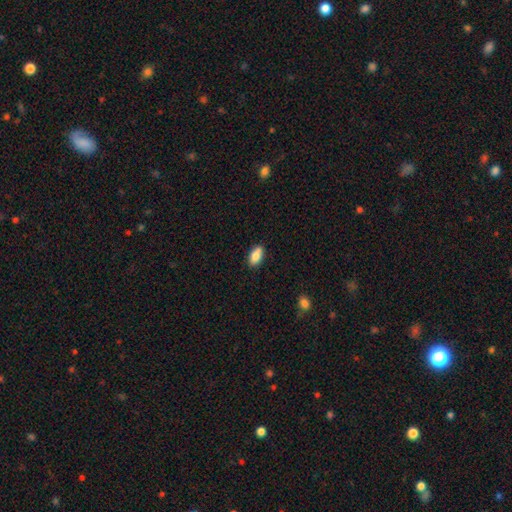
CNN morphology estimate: Q: Smooth or featured?
A: smooth (84%); runner-up: featured or disk (9%)
Q: How rounded?
A: in between (90%); runner-up: round (5%)
Q: Merging?
A: none (79%); runner-up: minor disturbance (14%)